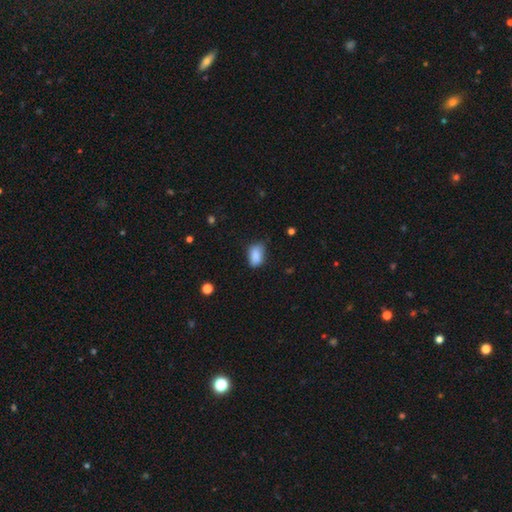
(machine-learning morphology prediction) This appears to be a smooth galaxy with no disk features (86%) that is in between round and cigar-shaped (88%). Merging: none (59%).